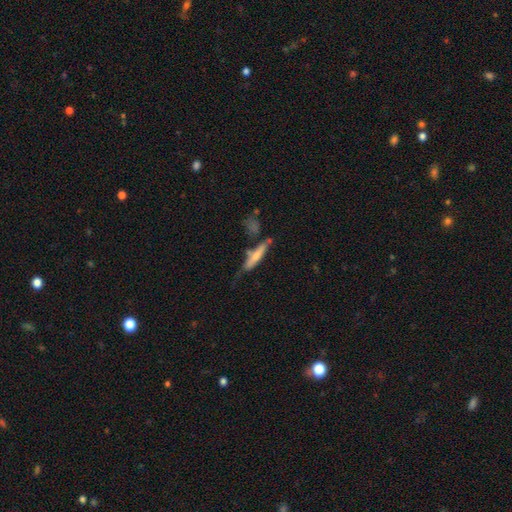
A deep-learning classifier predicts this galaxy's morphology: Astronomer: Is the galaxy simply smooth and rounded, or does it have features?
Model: smooth — 59% (runner-up: featured or disk, 35%).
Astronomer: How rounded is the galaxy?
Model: cigar-shaped — 84%.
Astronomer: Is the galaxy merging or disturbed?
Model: none — 51%.